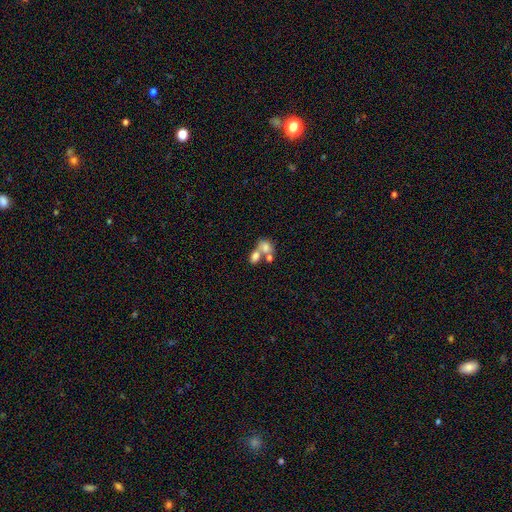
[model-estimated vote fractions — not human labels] Smooth or featured?
  - smooth: 73% *
  - featured or disk: 17%
  - star or artifact: 10%
How rounded?
  - in between: 69% *
  - round: 29%
  - cigar-shaped: 2%
Merging?
  - merger: 64% *
  - none: 24%
  - minor disturbance: 7%
  - major disturbance: 5%